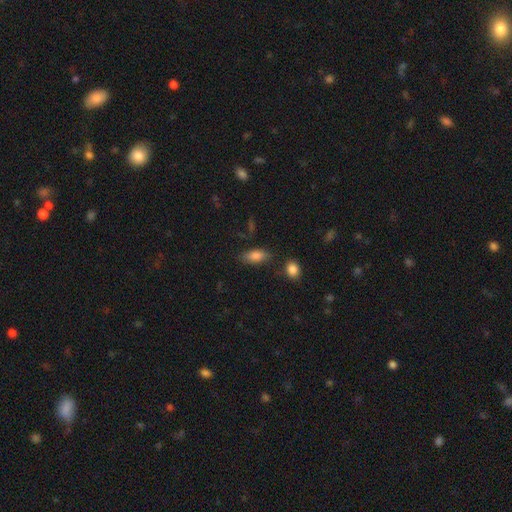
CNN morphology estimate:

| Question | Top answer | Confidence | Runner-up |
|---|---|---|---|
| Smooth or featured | smooth | 81% | featured or disk (11%) |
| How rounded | in between | 83% | cigar-shaped (13%) |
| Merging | none | 76% | minor disturbance (16%) |